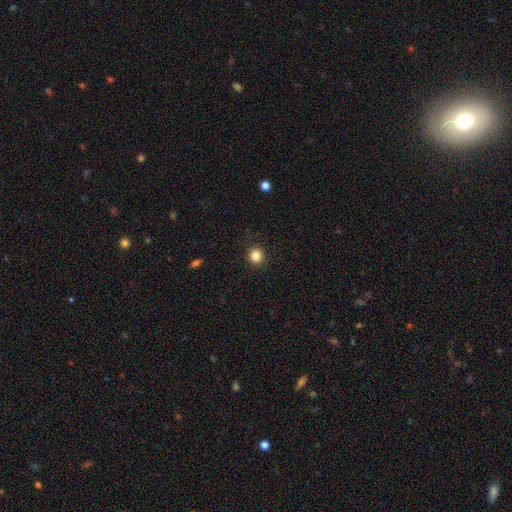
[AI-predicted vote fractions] Smooth or featured?
  - smooth: 84% *
  - star or artifact: 11%
  - featured or disk: 4%
How rounded?
  - round: 90% *
  - in between: 9%
  - cigar-shaped: 1%
Merging?
  - none: 91% *
  - minor disturbance: 6%
  - major disturbance: 2%
  - merger: 1%